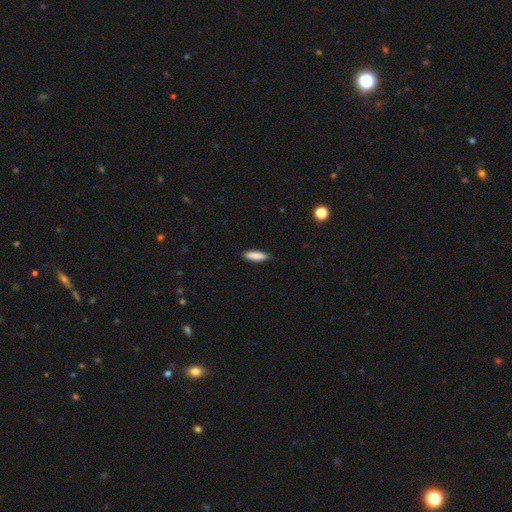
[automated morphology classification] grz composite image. It shows a smooth galaxy with no disk features (89%) that is cigar-shaped (54%). Merging: none (87%).